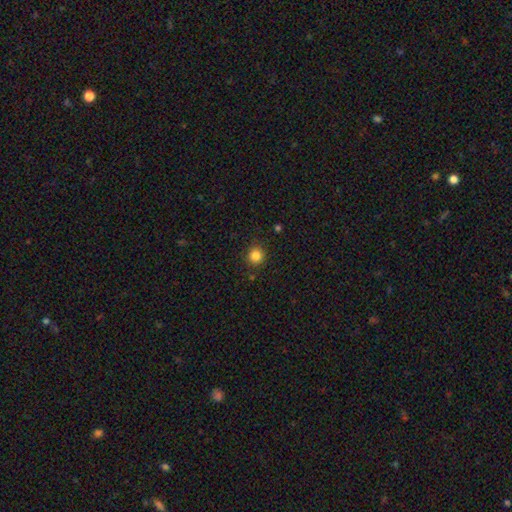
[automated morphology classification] This appears to be a smooth galaxy with no disk features (84%) that is round (92%). Merging: none (90%).